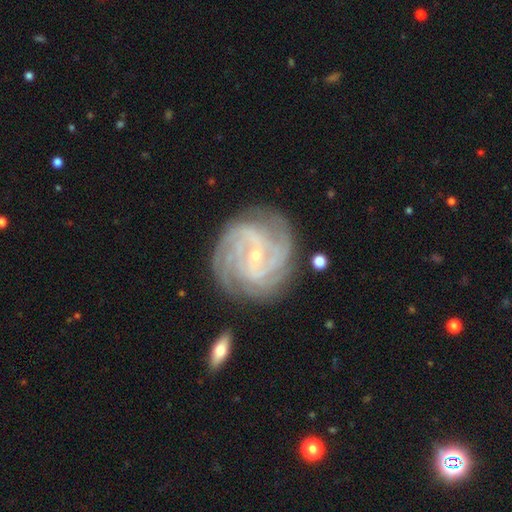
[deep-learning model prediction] Morphology: type=featured or disk (90%); edge-on=no (97%); bar=no (42%); spiral arms=yes (98%); winding=tight (73%); arm count=4 (33%); bulge=small (82%); merging=none (80%).